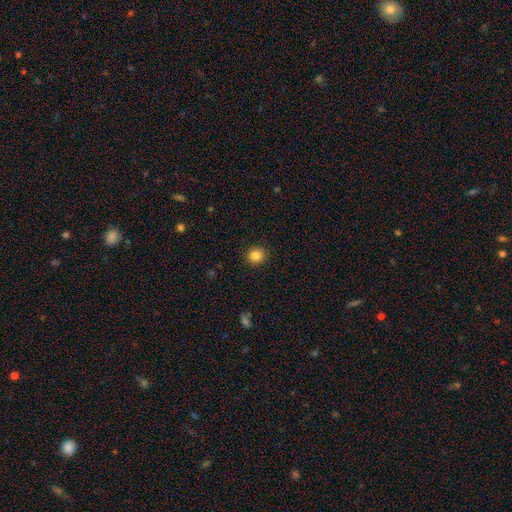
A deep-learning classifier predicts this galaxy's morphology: Smooth or featured? smooth (85%)
How rounded? round (89%)
Merging? none (91%)